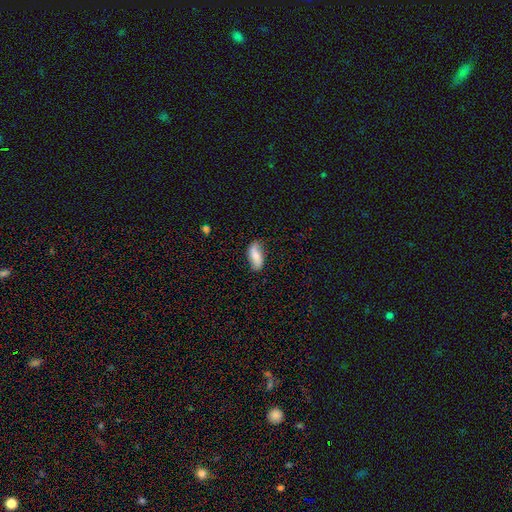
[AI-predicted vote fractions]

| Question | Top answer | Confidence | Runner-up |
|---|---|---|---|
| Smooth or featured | smooth | 69% | featured or disk (24%) |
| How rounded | in between | 83% | cigar-shaped (14%) |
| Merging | none | 75% | minor disturbance (20%) |